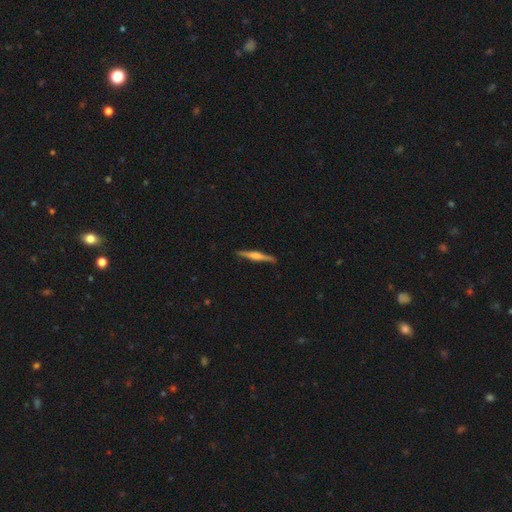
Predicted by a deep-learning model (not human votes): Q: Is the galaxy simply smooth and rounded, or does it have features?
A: featured or disk — 68%.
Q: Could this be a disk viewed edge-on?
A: yes — 98%.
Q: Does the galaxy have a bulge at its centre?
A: rounded — 74%.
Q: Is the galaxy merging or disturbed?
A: none — 89%.